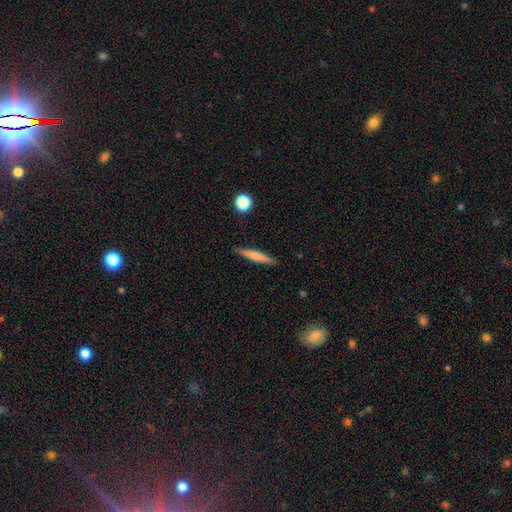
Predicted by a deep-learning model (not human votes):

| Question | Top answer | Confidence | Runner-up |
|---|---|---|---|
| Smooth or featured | smooth | 62% | featured or disk (32%) |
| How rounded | cigar-shaped | 92% | in between (6%) |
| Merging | none | 89% | minor disturbance (8%) |